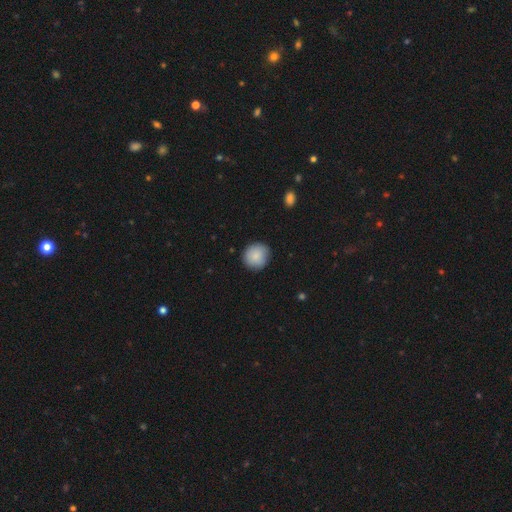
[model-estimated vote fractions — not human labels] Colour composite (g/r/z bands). It shows a smooth galaxy with no disk features (87%) that is round (91%). Merging: none (87%).